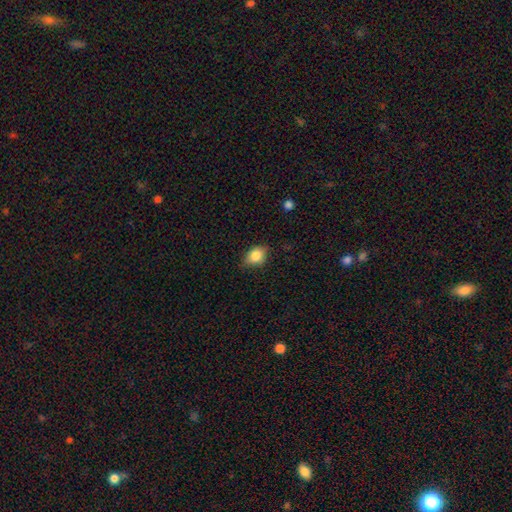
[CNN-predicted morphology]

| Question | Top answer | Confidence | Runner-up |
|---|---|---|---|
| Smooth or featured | smooth | 84% | star or artifact (9%) |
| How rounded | in between | 62% | round (37%) |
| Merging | none | 74% | minor disturbance (21%) |